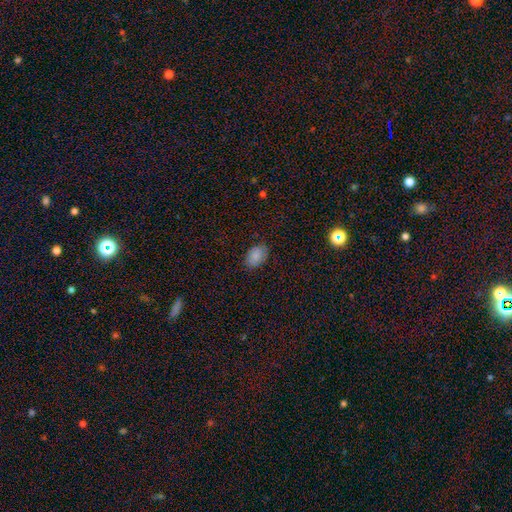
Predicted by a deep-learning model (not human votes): Smooth or featured?
  - smooth: 85% *
  - star or artifact: 9%
  - featured or disk: 6%
How rounded?
  - in between: 85% *
  - round: 14%
  - cigar-shaped: 1%
Merging?
  - none: 81% *
  - minor disturbance: 15%
  - major disturbance: 3%
  - merger: 1%